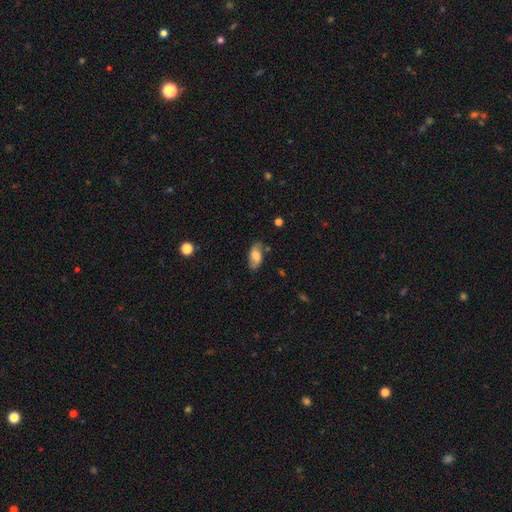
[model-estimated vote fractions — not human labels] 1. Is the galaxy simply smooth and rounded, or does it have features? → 62% smooth, 29% featured or disk, 8% star or artifact.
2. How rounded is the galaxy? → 90% in between, 5% cigar-shaped, 4% round.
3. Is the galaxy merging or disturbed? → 73% none, 20% minor disturbance, 5% major disturbance, 2% merger.